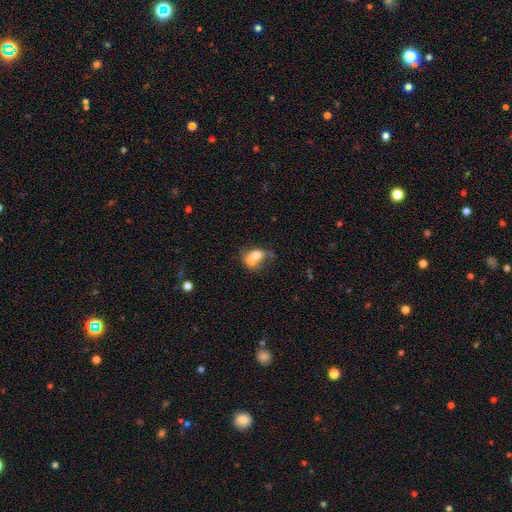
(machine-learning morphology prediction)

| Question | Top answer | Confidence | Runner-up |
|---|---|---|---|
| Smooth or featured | smooth | 66% | featured or disk (24%) |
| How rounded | in between | 63% | round (35%) |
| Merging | merger | 48% | none (24%) |